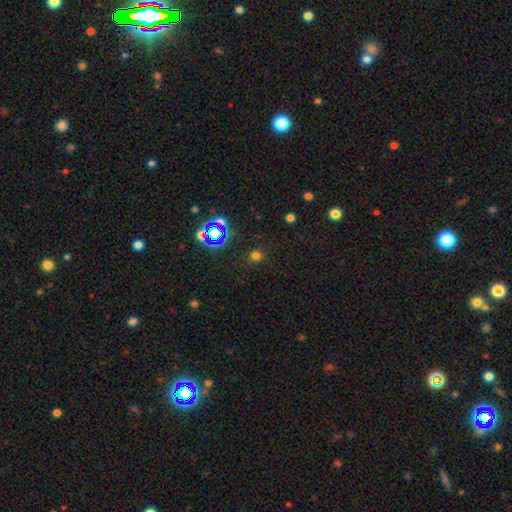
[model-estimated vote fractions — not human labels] smooth 66%, star or artifact 28%, featured or disk 6%. Down the decision tree: how rounded — round (85%); merging — none (85%).